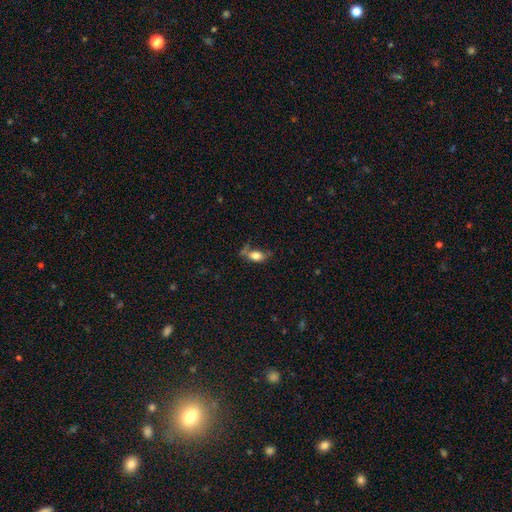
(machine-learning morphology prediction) Overall: smooth (77%). How rounded: in between (86%). Merging: none (46%; minor disturbance 25%).